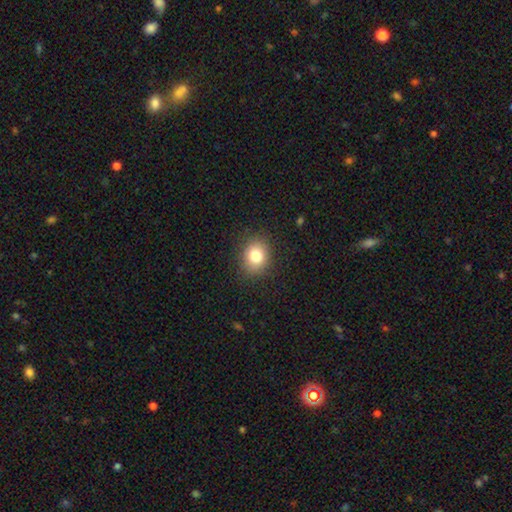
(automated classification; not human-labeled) Smooth or featured? smooth (80%)
How rounded? round (56%)
Merging? none (87%)